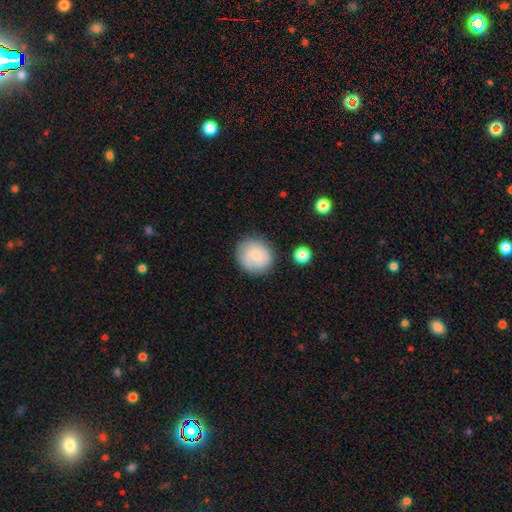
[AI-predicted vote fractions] Smooth or featured? Predicted: smooth (p=0.61). How rounded? Predicted: round (p=0.87). Merging? Predicted: none (p=0.80).